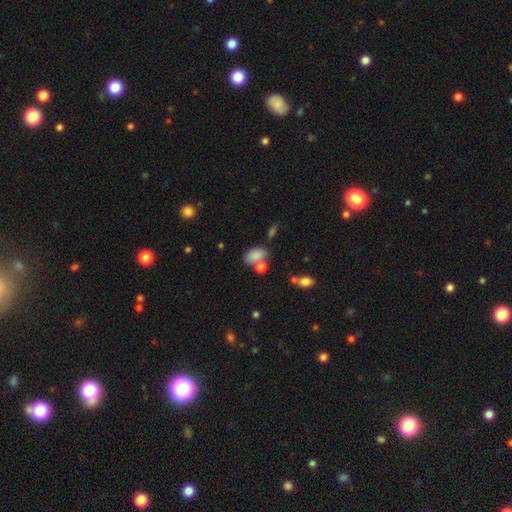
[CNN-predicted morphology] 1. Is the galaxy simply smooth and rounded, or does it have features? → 81% smooth, 10% star or artifact, 8% featured or disk.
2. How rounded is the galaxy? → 83% in between, 16% round, 2% cigar-shaped.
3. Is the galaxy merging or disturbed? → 49% none, 27% merger, 17% minor disturbance, 7% major disturbance.